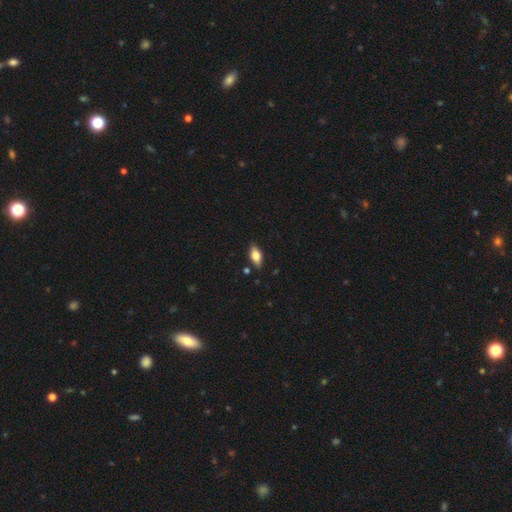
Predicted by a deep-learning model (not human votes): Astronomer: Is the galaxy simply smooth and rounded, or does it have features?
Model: smooth — 70%.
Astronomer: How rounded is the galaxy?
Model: in between — 86%.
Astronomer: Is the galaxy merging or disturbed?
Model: none — 85%.